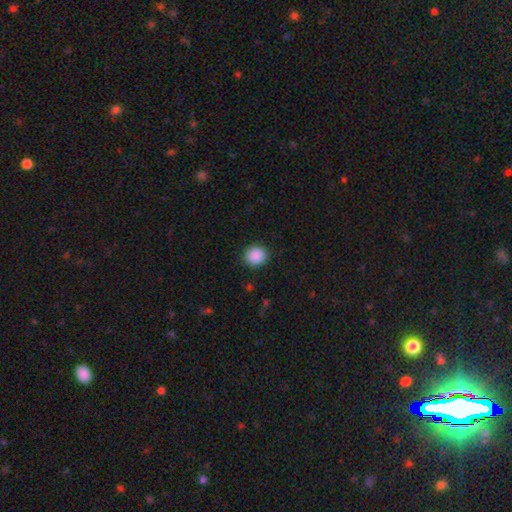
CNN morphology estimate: Smooth or featured? smooth (89%)
How rounded? round (84%)
Merging? none (91%)